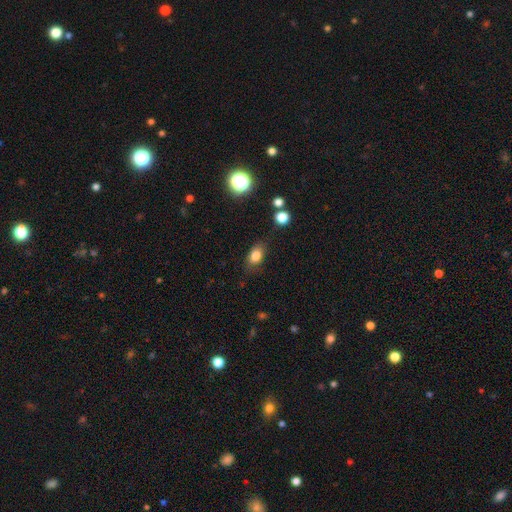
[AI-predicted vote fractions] smooth 81%, star or artifact 10%, featured or disk 9%. Down the decision tree: how rounded — in between (80%); merging — none (79%).